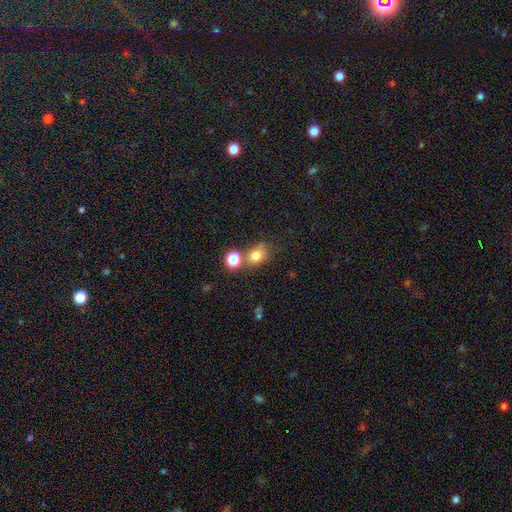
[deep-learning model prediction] Smooth or featured? smooth (77%)
How rounded? round (52%)
Merging? none (51%)